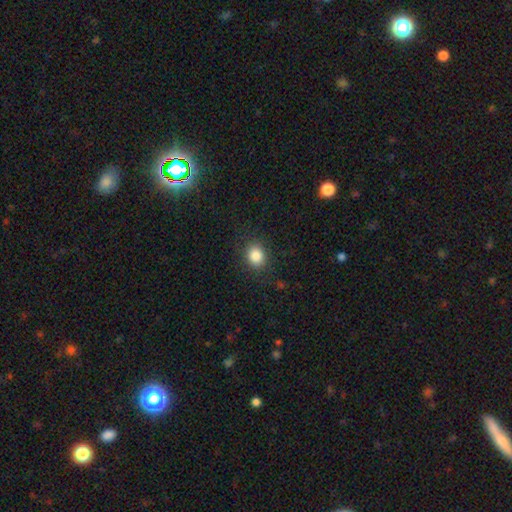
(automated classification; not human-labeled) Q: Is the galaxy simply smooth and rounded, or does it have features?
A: smooth — 85%.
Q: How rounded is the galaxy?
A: round — 63%.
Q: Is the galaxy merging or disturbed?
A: none — 86%.